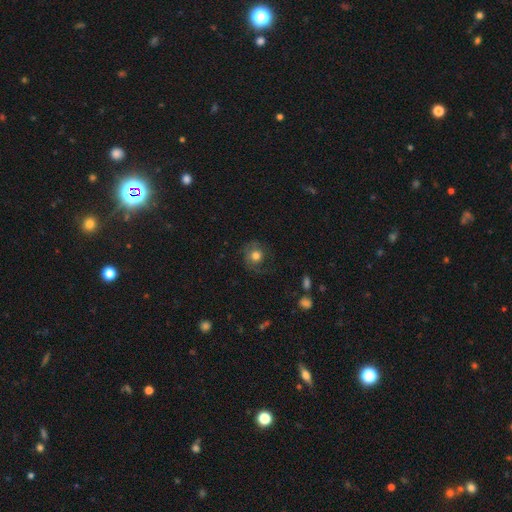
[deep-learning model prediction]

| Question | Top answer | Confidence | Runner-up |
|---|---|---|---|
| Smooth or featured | smooth | 57% | featured or disk (32%) |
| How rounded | round | 84% | in between (15%) |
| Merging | none | 63% | minor disturbance (18%) |